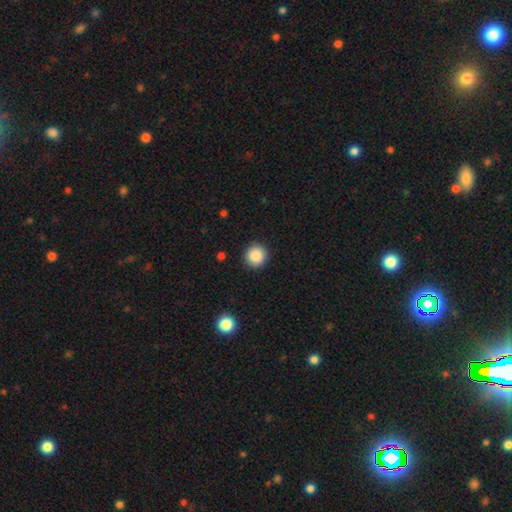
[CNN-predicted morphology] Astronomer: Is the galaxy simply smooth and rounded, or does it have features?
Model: smooth — 88%.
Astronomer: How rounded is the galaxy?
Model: round — 93%.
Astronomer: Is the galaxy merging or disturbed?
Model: none — 91%.